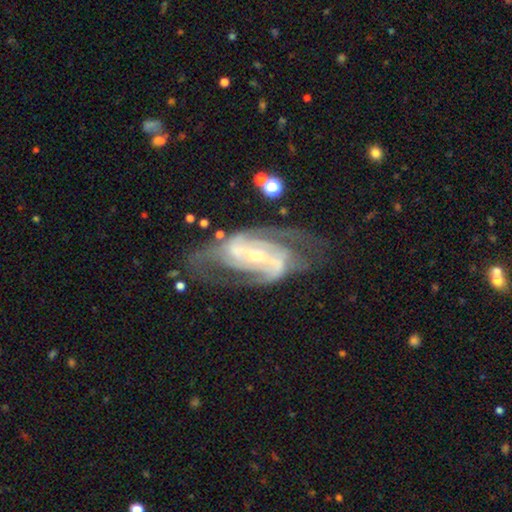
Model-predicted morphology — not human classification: This appears to be a featured or disk galaxy (90%) with a strong bar (55%), 2 (67%) medium (52%) spiral arms (97%) and a small central bulge (63%). Merging: none (61%).